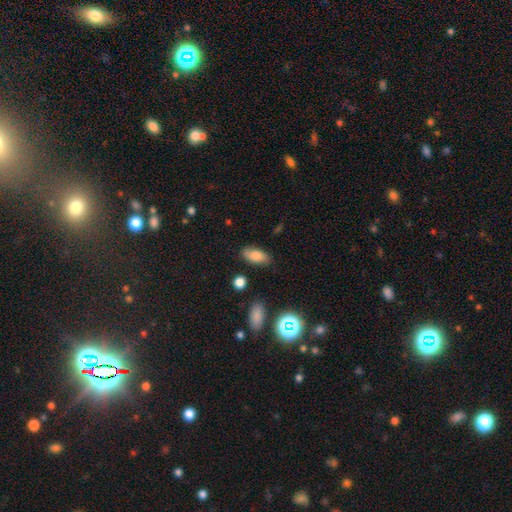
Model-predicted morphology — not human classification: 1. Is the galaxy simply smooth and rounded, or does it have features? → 79% smooth, 12% featured or disk, 9% star or artifact.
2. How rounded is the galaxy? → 90% in between, 6% cigar-shaped, 4% round.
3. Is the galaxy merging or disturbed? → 80% none, 15% minor disturbance, 3% major disturbance, 2% merger.